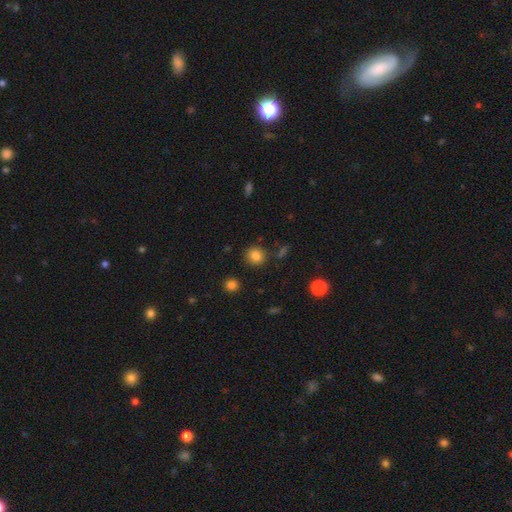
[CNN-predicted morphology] type=smooth (84%); roundness=round (86%); merging=none (86%).